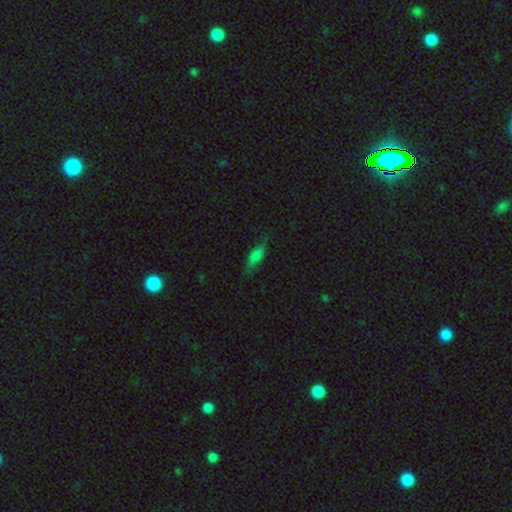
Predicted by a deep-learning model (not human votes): smooth_or_featured: smooth (p=0.72) [alt: featured or disk p=0.19]
how_rounded: in between (p=0.71) [alt: cigar-shaped p=0.26]
merging: none (p=0.64) [alt: minor disturbance p=0.27]